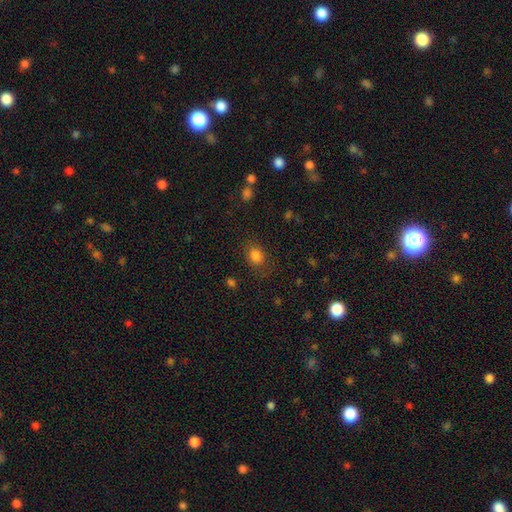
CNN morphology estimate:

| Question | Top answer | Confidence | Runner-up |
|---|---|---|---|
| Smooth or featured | smooth | 82% | star or artifact (12%) |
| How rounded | round | 51% | in between (48%) |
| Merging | none | 79% | minor disturbance (14%) |